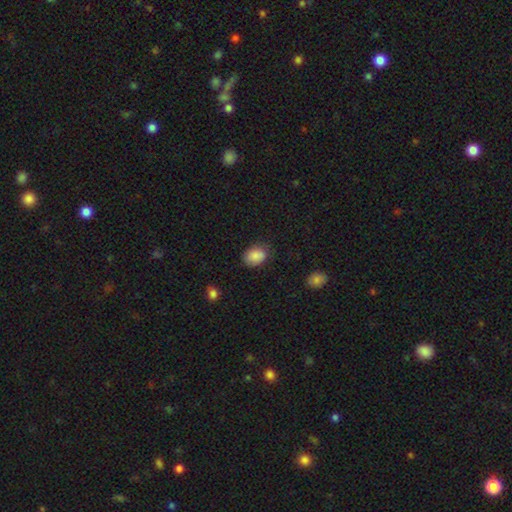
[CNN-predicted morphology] smooth-or-featured: smooth: 87% | star or artifact: 8% | featured or disk: 5%
  how-rounded: in between: 72% | round: 27% | cigar-shaped: 1%
  merging: none: 74% | minor disturbance: 20% | major disturbance: 4% | merger: 1%